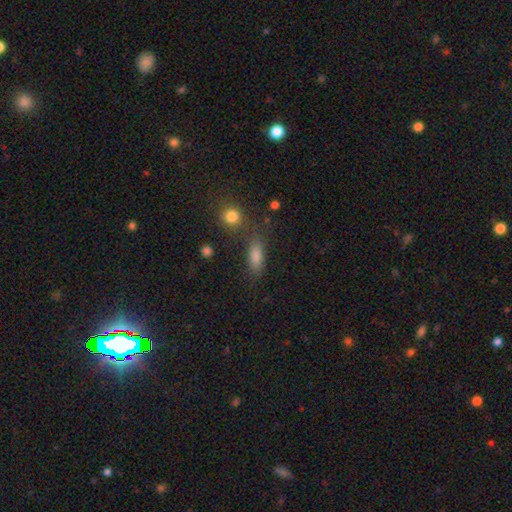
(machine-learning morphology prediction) Smooth or featured? smooth (77%)
How rounded? in between (63%)
Merging? none (71%)